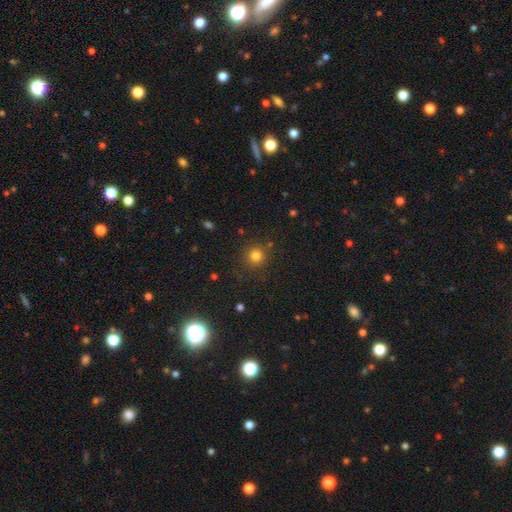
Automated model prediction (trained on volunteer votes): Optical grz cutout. It shows a smooth galaxy with no disk features (80%) that is round (93%). Merging: none (86%).